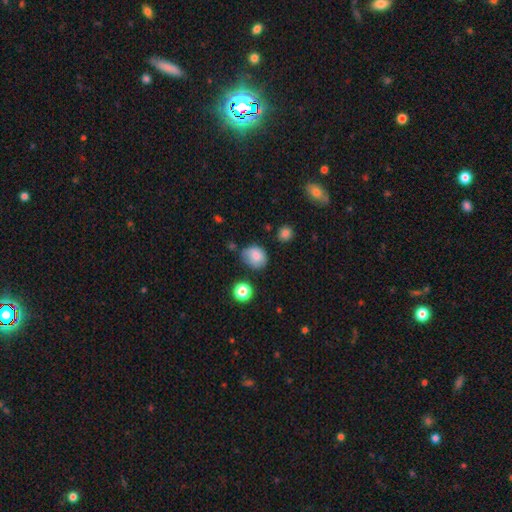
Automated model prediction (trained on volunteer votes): This appears to be a smooth galaxy with no disk features (80%) that is round (55%). Merging: none (59%).